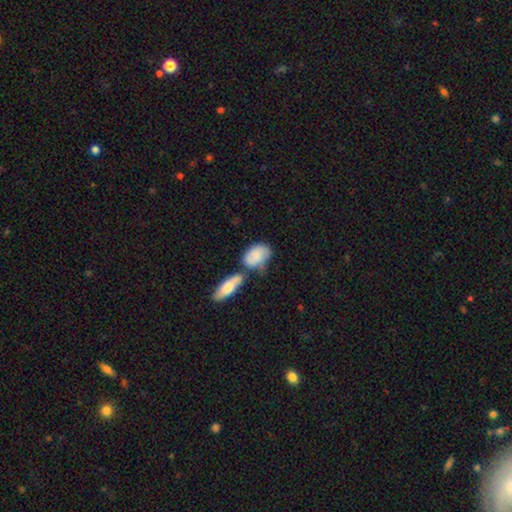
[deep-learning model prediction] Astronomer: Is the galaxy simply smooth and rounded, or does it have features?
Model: smooth — 76%.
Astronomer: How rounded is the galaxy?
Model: in between — 87%.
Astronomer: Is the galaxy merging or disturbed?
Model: merger — 39% (runner-up: none, 34%).